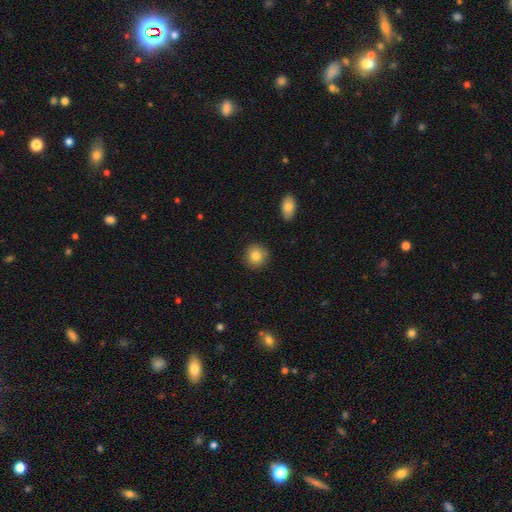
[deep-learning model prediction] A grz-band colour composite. It shows a smooth galaxy with no disk features (82%) that is round (91%). Merging: none (89%).